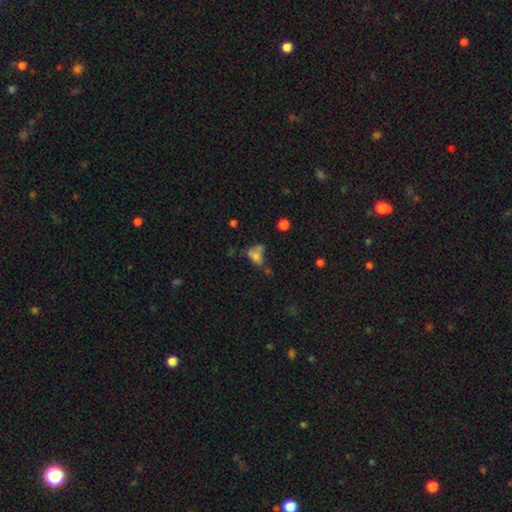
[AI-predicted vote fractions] The model was most divided on "merging": merger: 30%, none: 26%, major disturbance: 24%, minor disturbance: 20%. More confident: how rounded — in between (76%); smooth or featured — smooth (61%).